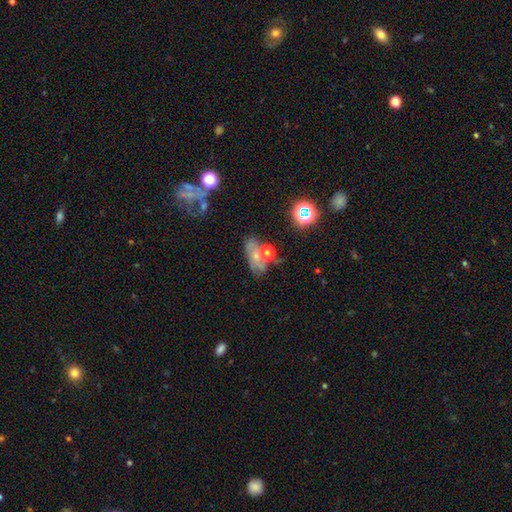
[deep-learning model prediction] This appears to be a featured or disk galaxy (38%). Merging: none (48%).